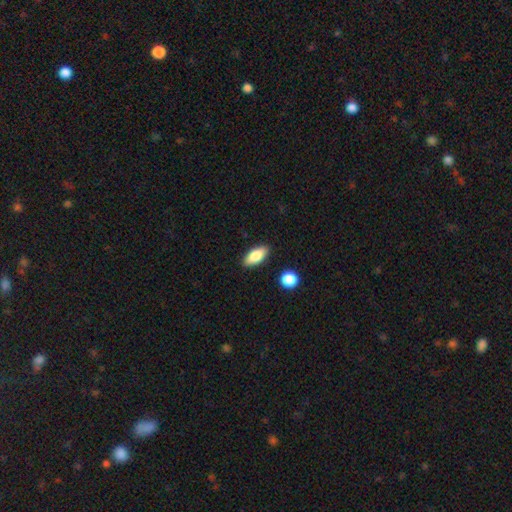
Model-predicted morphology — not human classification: Q: Smooth or featured?
A: smooth (83%); runner-up: featured or disk (10%)
Q: How rounded?
A: in between (85%); runner-up: cigar-shaped (12%)
Q: Merging?
A: none (88%); runner-up: minor disturbance (8%)